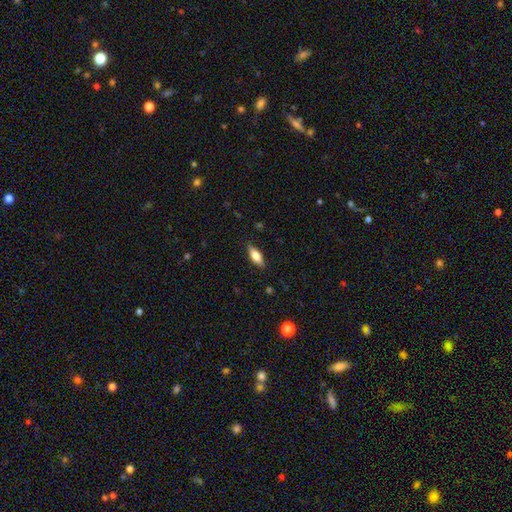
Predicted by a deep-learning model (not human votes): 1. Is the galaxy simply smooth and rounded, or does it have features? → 73% smooth, 21% featured or disk, 7% star or artifact.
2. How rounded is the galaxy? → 72% in between, 26% cigar-shaped, 2% round.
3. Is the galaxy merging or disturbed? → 86% none, 11% minor disturbance, 2% major disturbance, 1% merger.